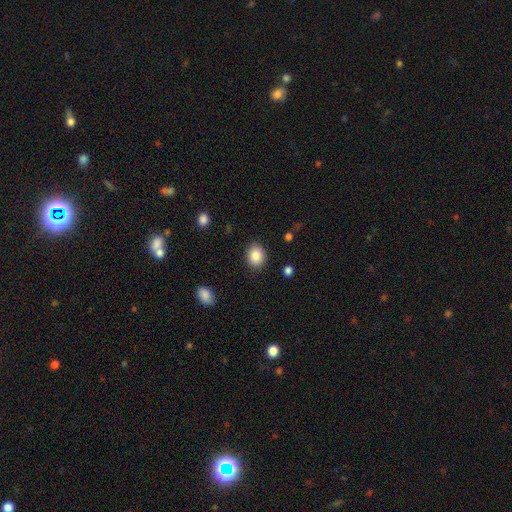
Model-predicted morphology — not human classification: The model was most divided on "how rounded": round: 50%, in between: 49%, cigar-shaped: 1%. More confident: merging — none (88%); smooth or featured — smooth (87%).